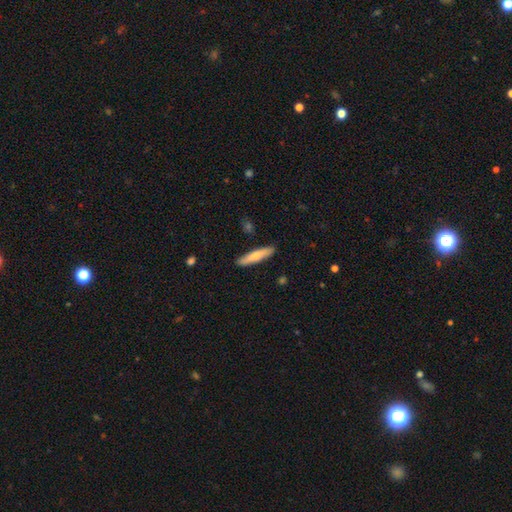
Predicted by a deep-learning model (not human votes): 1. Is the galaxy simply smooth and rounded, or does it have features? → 71% smooth, 24% featured or disk, 5% star or artifact.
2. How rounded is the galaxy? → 87% cigar-shaped, 12% in between, 1% round.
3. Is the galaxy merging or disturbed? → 89% none, 8% minor disturbance, 2% major disturbance, 1% merger.